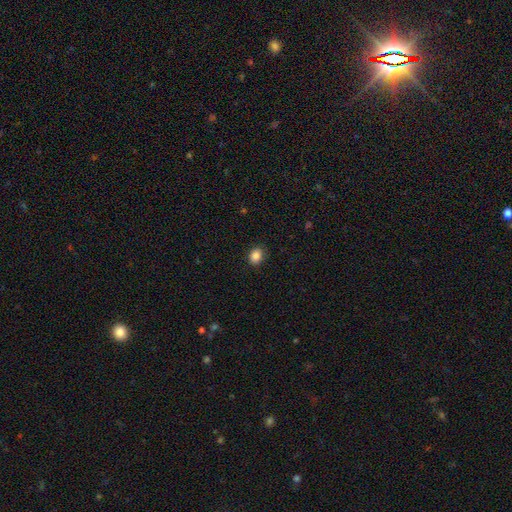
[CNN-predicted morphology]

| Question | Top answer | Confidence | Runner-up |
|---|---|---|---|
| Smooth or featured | smooth | 87% | star or artifact (10%) |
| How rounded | in between | 52% | round (47%) |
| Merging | none | 88% | minor disturbance (9%) |